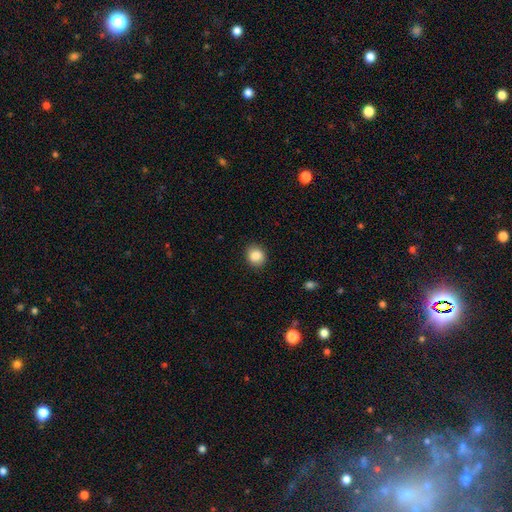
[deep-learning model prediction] Smooth or featured? Predicted: smooth (p=0.88). How rounded? Predicted: round (p=0.75). Merging? Predicted: none (p=0.88).